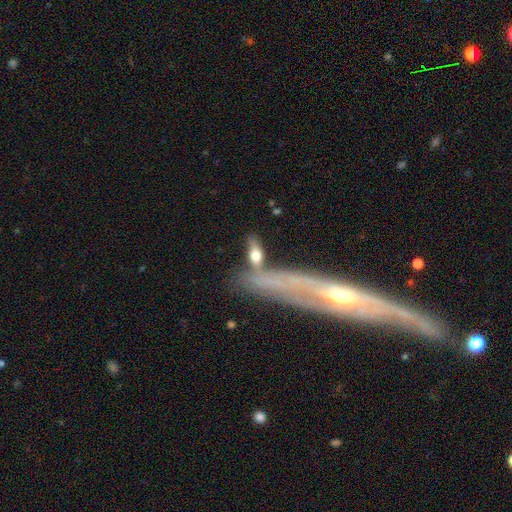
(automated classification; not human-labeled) smooth-or-featured: smooth: 61% | featured or disk: 32% | star or artifact: 7%
  how-rounded: in between: 65% | cigar-shaped: 29% | round: 5%
  merging: none: 54% | merger: 22% | minor disturbance: 16% | major disturbance: 8%